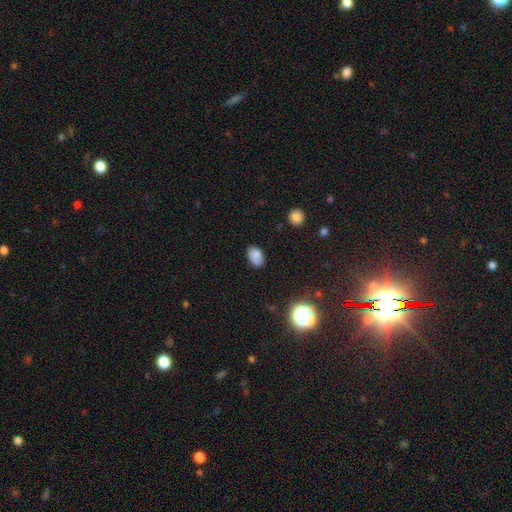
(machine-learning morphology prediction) The model was most divided on "merging": none: 82%, minor disturbance: 14%, major disturbance: 3%, merger: 1%. More confident: how rounded — in between (89%); smooth or featured — smooth (83%).